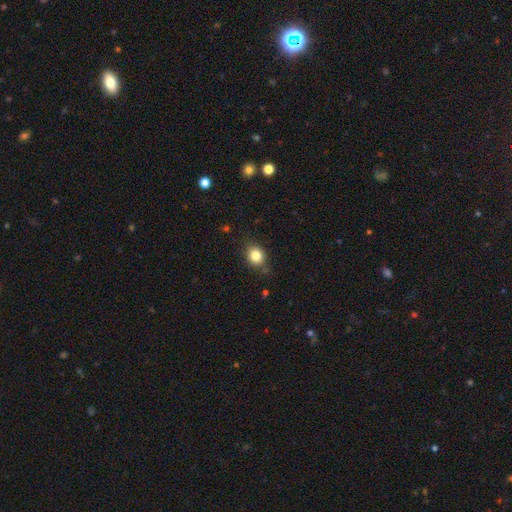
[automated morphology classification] This is clearly a smooth galaxy (82%). How rounded: possibly round (60%). Merging: likely none (77%).